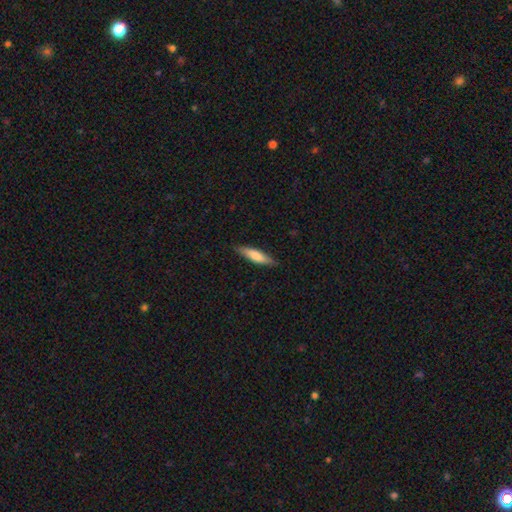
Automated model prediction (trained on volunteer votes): The model was most divided on "smooth or featured": smooth: 71%, featured or disk: 24%, star or artifact: 6%. More confident: merging — none (85%); how rounded — cigar-shaped (74%).